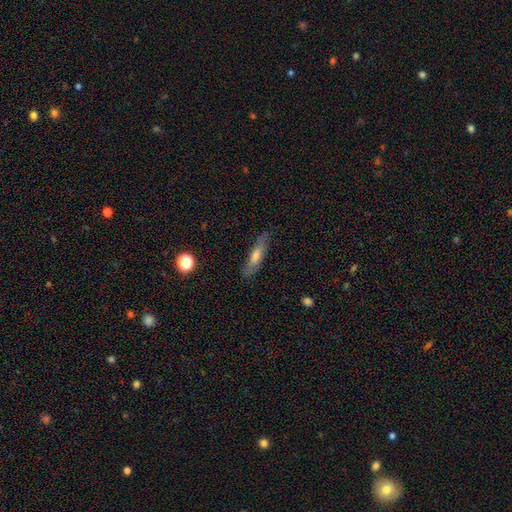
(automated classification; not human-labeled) A smooth galaxy with no disk features (52%) that is cigar-shaped (79%).

Vote fractions:
- Smooth or featured? smooth: 52% / featured or disk: 40% / star or artifact: 8%
- How rounded? cigar-shaped: 79% / in between: 19% / round: 2%
- Merging? none: 83% / minor disturbance: 13% / major disturbance: 3% / merger: 1%